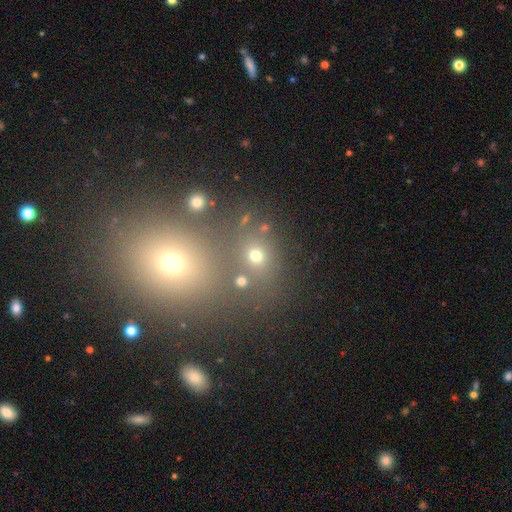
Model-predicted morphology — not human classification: Smooth or featured? smooth (63%)
How rounded? round (73%)
Merging? none (67%)